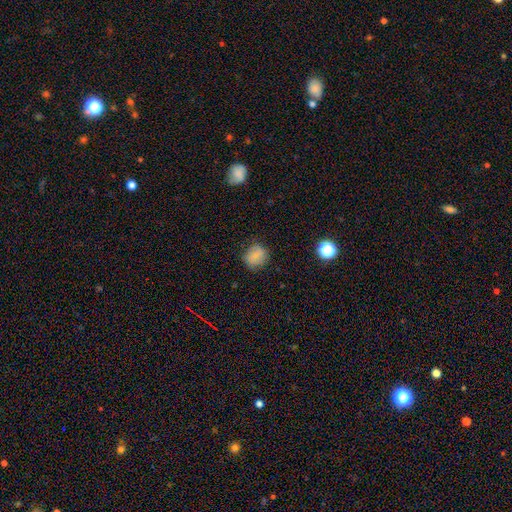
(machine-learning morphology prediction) Smooth or featured: smooth — 74% (featured or disk — 14%)
How rounded: round — 77% (in between — 22%)
Merging: none — 78% (minor disturbance — 16%)